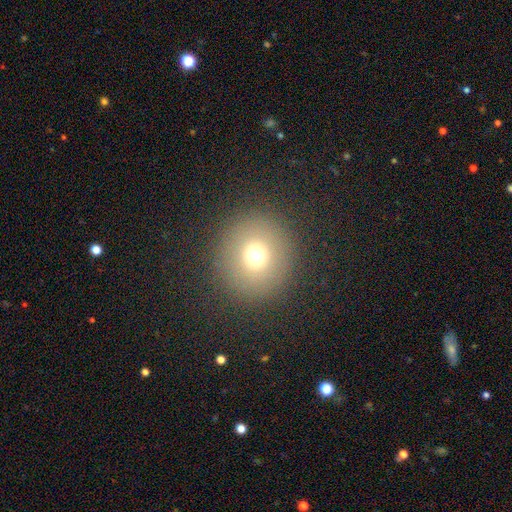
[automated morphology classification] smooth 72%, star or artifact 16%, featured or disk 12%. Down the decision tree: how rounded — round (92%); merging — none (89%).